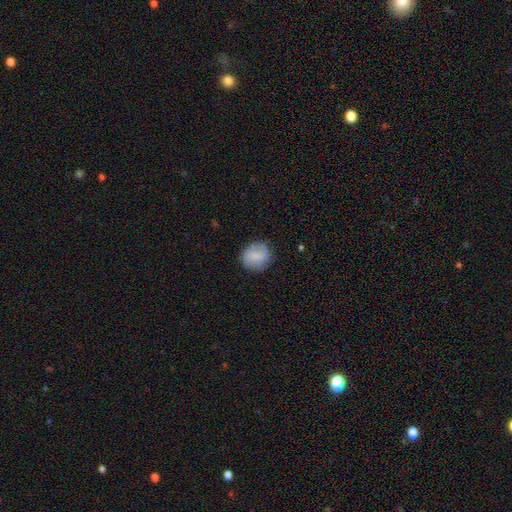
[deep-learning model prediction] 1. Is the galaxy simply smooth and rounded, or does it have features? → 76% smooth, 16% featured or disk, 7% star or artifact.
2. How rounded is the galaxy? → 79% round, 20% in between, 1% cigar-shaped.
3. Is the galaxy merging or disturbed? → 76% none, 17% minor disturbance, 5% major disturbance, 1% merger.